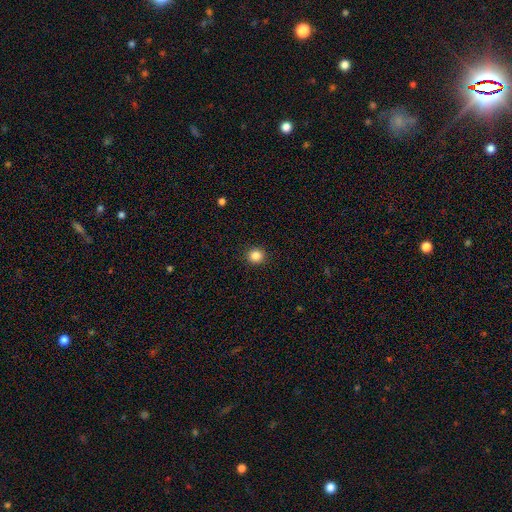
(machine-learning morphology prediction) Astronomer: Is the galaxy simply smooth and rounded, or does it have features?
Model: smooth — 85%.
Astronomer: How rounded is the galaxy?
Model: round — 91%.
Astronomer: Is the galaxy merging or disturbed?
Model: none — 93%.